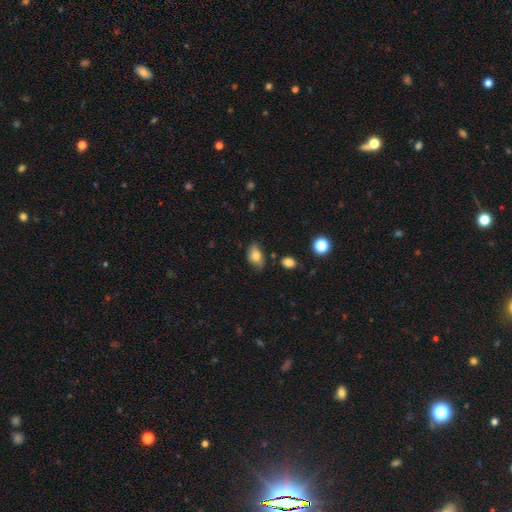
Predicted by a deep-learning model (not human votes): This is likely a smooth galaxy (76%). How rounded: clearly in between (87%). Merging: likely none (69%).